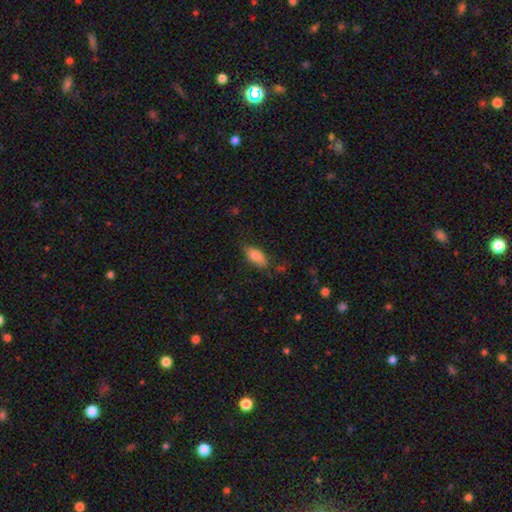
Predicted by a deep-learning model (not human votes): The model was most divided on "merging": none: 75%, minor disturbance: 19%, major disturbance: 4%, merger: 2%. More confident: how rounded — in between (85%); smooth or featured — smooth (84%).